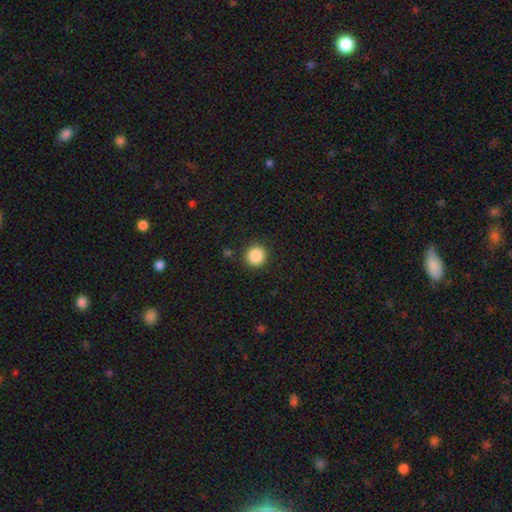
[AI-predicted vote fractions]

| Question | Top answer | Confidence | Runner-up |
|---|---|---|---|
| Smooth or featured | smooth | 88% | star or artifact (10%) |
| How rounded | round | 93% | in between (6%) |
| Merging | none | 90% | minor disturbance (6%) |